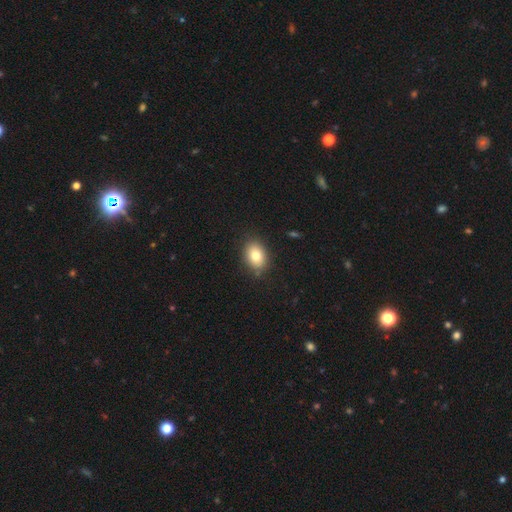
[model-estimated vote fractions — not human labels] Morphology: type=smooth (80%); roundness=in between (73%); merging=none (85%).